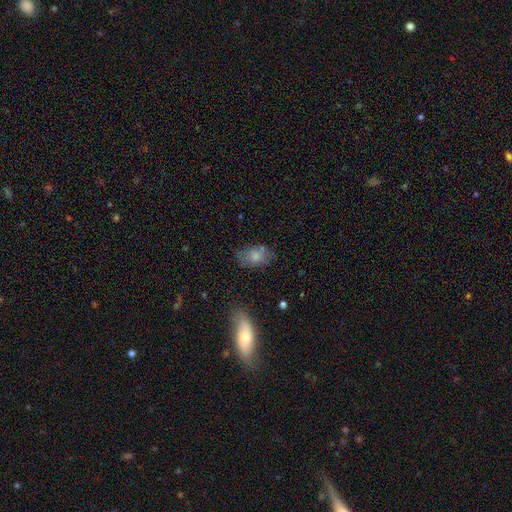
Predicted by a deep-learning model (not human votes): smooth_or_featured: smooth (p=0.77) [alt: featured or disk p=0.15]
how_rounded: in between (p=0.86) [alt: round p=0.12]
merging: none (p=0.68) [alt: minor disturbance p=0.21]